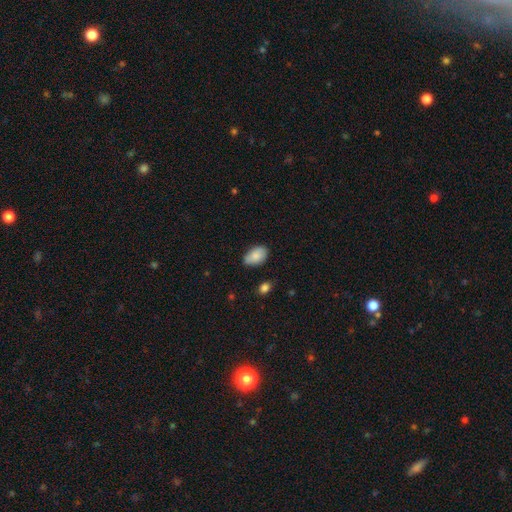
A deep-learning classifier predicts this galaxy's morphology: Smooth or featured?
  - smooth: 85% *
  - featured or disk: 8%
  - star or artifact: 7%
How rounded?
  - in between: 93% *
  - round: 6%
  - cigar-shaped: 1%
Merging?
  - none: 75% *
  - minor disturbance: 20%
  - major disturbance: 3%
  - merger: 2%